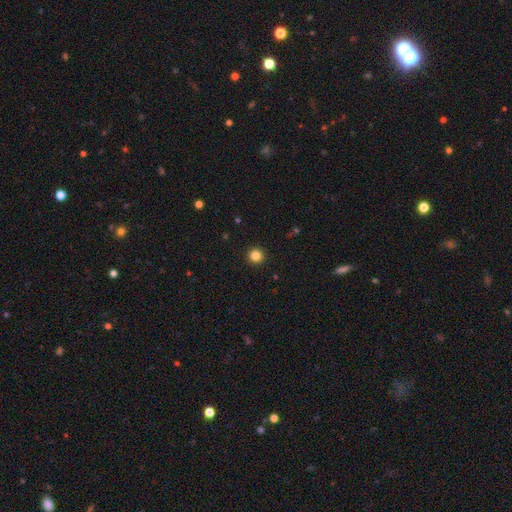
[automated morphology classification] Smooth or featured?
  - smooth: 84% *
  - star or artifact: 12%
  - featured or disk: 4%
How rounded?
  - round: 95% *
  - in between: 4%
  - cigar-shaped: 1%
Merging?
  - none: 93% *
  - minor disturbance: 4%
  - major disturbance: 2%
  - merger: 1%